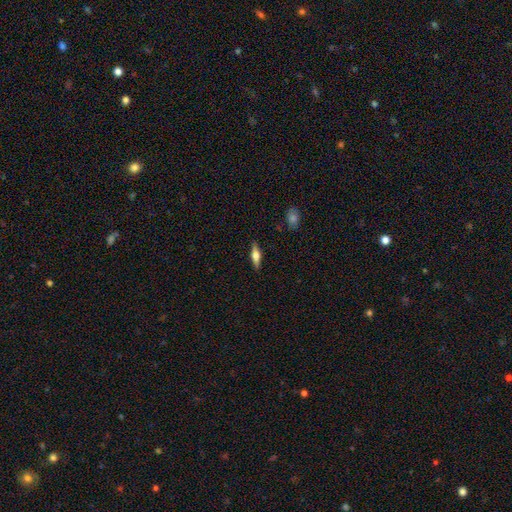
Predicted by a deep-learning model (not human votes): A featured or disk galaxy (50%).

Vote fractions:
- Smooth or featured? featured or disk: 50% / smooth: 44% / star or artifact: 7%
- Merging? none: 88% / minor disturbance: 9% / major disturbance: 2% / merger: 1%